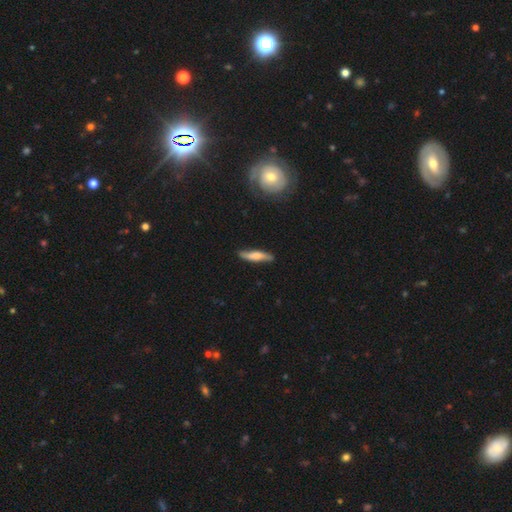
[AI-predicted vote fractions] Smooth or featured?
  - smooth: 53% *
  - featured or disk: 42%
  - star or artifact: 6%
How rounded?
  - cigar-shaped: 80% *
  - in between: 18%
  - round: 2%
Merging?
  - none: 81% *
  - minor disturbance: 15%
  - major disturbance: 2%
  - merger: 2%